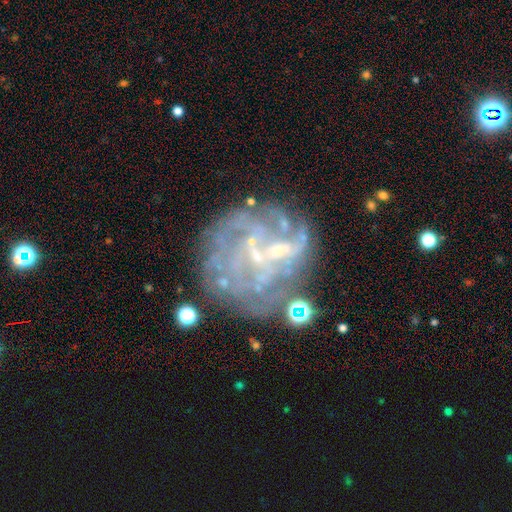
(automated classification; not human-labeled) A featured or disk galaxy (72%) with no bar (64%), no spiral arms (56%) and a small central bulge (44%). Merging: none (44%).